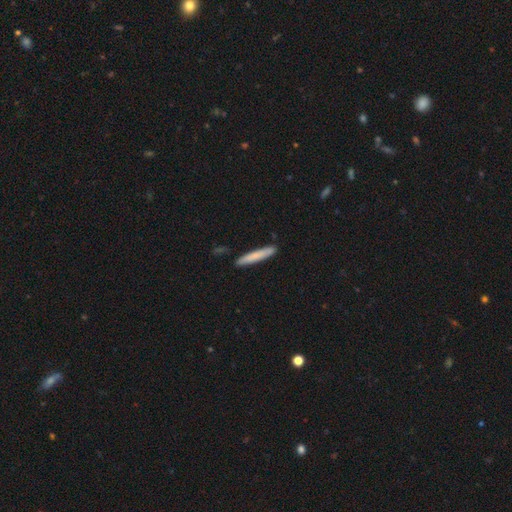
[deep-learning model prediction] A smooth galaxy with no disk features (77%) that is cigar-shaped (95%).

Vote fractions:
- Smooth or featured? smooth: 77% / featured or disk: 17% / star or artifact: 6%
- How rounded? cigar-shaped: 95% / in between: 4% / round: 1%
- Merging? none: 89% / minor disturbance: 8% / merger: 2% / major disturbance: 1%